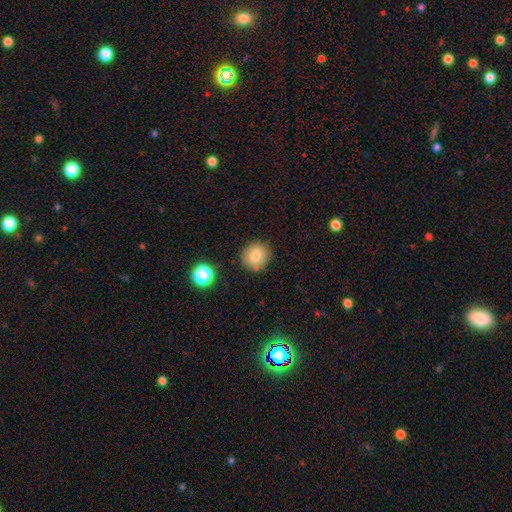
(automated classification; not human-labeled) This appears to be a smooth galaxy with no disk features (80%) that is round (84%). Merging: none (83%).